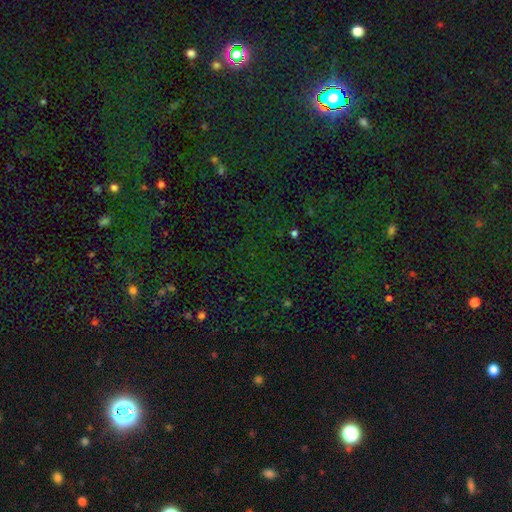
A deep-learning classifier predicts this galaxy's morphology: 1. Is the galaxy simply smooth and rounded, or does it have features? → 76% star or artifact, 16% smooth, 8% featured or disk.